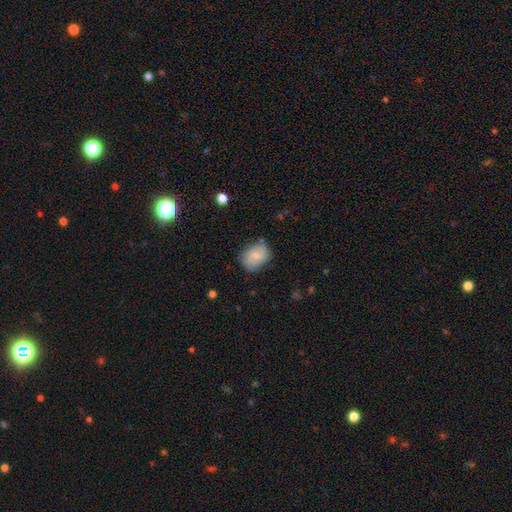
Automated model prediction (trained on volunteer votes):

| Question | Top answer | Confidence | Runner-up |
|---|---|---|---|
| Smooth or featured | smooth | 55% | featured or disk (38%) |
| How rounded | in between | 59% | round (40%) |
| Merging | none | 73% | minor disturbance (20%) |